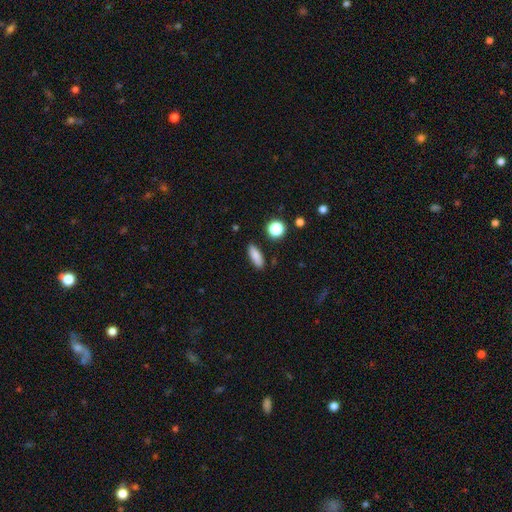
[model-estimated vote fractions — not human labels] Smooth or featured: smooth — 84% (star or artifact — 9%)
How rounded: in between — 60% (cigar-shaped — 35%)
Merging: none — 87% (minor disturbance — 9%)